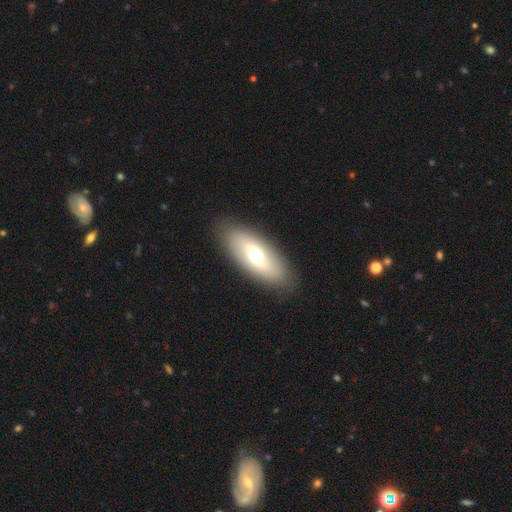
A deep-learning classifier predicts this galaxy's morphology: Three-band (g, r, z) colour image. It shows a smooth galaxy with no disk features (51%) that is in between round and cigar-shaped (78%). Merging: none (88%).